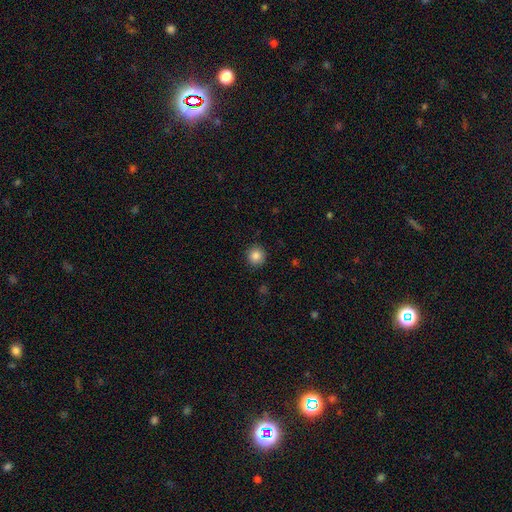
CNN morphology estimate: The model was most divided on "smooth or featured": smooth: 86%, star or artifact: 10%, featured or disk: 4%. More confident: how rounded — round (94%); merging — none (91%).